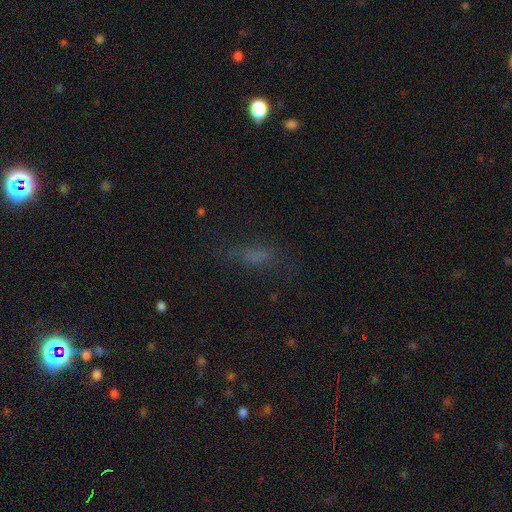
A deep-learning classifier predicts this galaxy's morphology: smooth_or_featured: smooth (p=0.55) [alt: star or artifact p=0.25]
how_rounded: in between (p=0.51) [alt: cigar-shaped p=0.43]
merging: none (p=0.58) [alt: minor disturbance p=0.21]